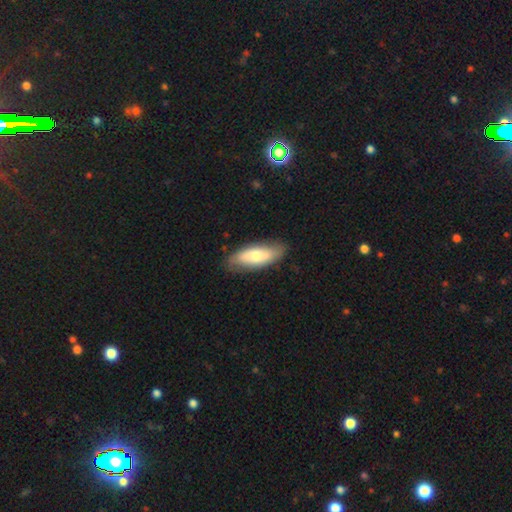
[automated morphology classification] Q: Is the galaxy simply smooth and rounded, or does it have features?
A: smooth — 66%.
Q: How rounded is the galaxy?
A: in between — 74%.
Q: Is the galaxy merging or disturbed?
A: none — 82%.